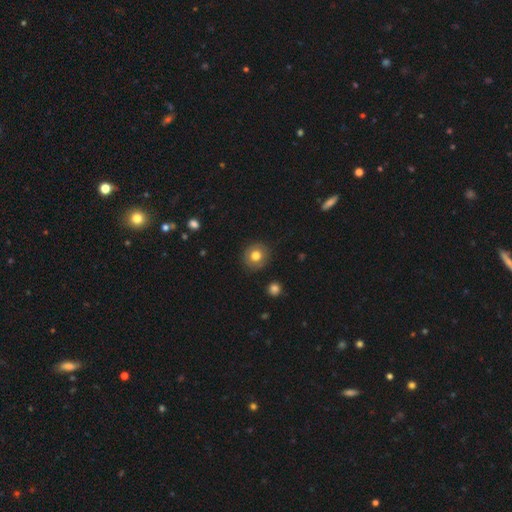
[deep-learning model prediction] smooth-or-featured: smooth: 79% | featured or disk: 12% | star or artifact: 9%
  how-rounded: round: 85% | in between: 14% | cigar-shaped: 1%
  merging: none: 87% | minor disturbance: 9% | major disturbance: 3% | merger: 1%